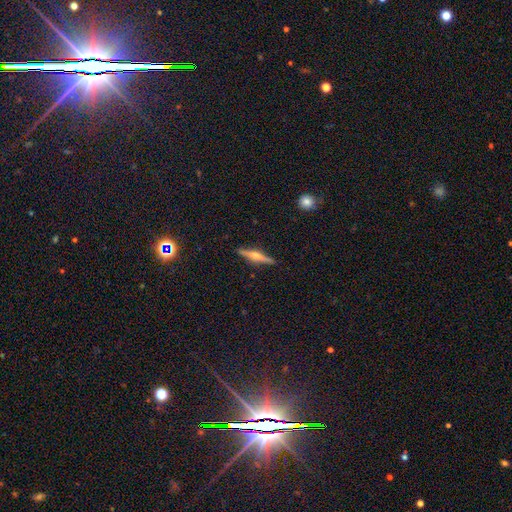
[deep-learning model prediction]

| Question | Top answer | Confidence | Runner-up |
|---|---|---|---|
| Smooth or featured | featured or disk | 72% | smooth (21%) |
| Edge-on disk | yes | 98% | no (2%) |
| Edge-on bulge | rounded | 88% | boxy (7%) |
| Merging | none | 90% | minor disturbance (7%) |